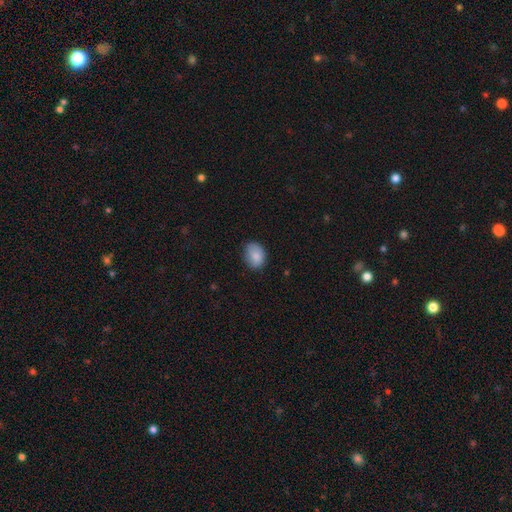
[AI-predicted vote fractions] This is clearly a smooth galaxy (86%). How rounded: likely in between (66%). Merging: likely none (77%).